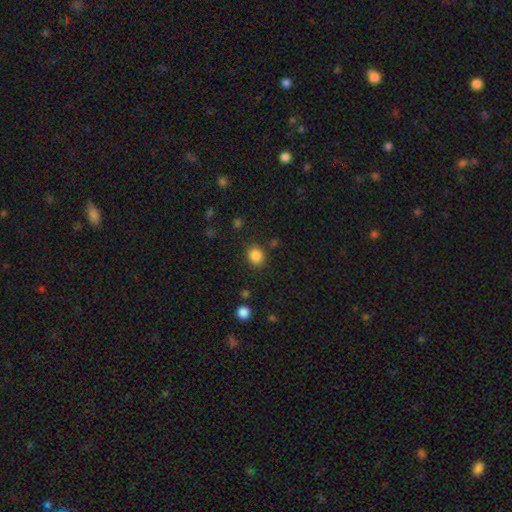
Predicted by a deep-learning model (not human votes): The model was most divided on "how rounded": round: 74%, in between: 25%, cigar-shaped: 1%. More confident: smooth or featured — smooth (86%); merging — none (85%).